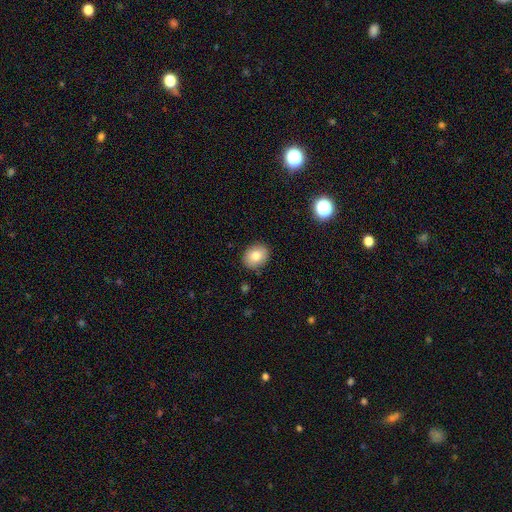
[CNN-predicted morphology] type=smooth (81%); roundness=round (52%); merging=none (87%).